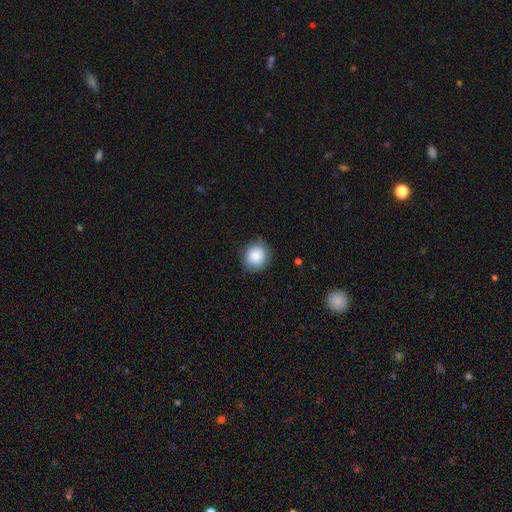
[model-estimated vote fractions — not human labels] This appears to be a smooth galaxy with no disk features (86%) that is round (82%). Merging: none (84%).